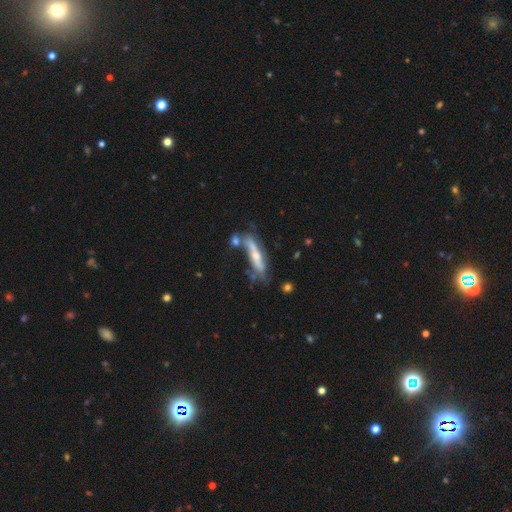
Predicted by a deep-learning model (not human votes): Overall: featured or disk (62%; smooth 31%). Edge-on disk: yes (70%; no 30%). Merging: none (45%; minor disturbance 22%).